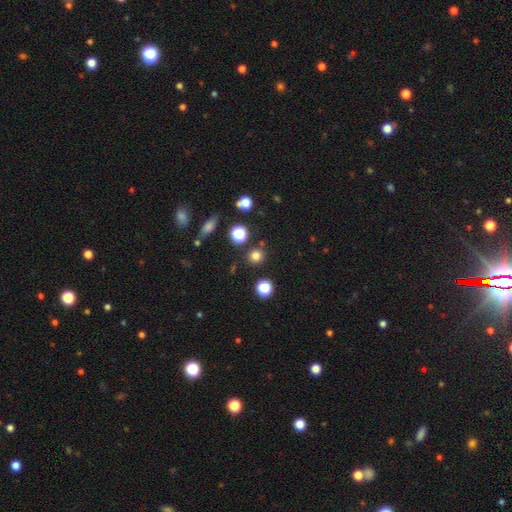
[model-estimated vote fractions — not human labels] This appears to be a smooth galaxy with no disk features (78%) that is round (90%). Merging: none (84%).